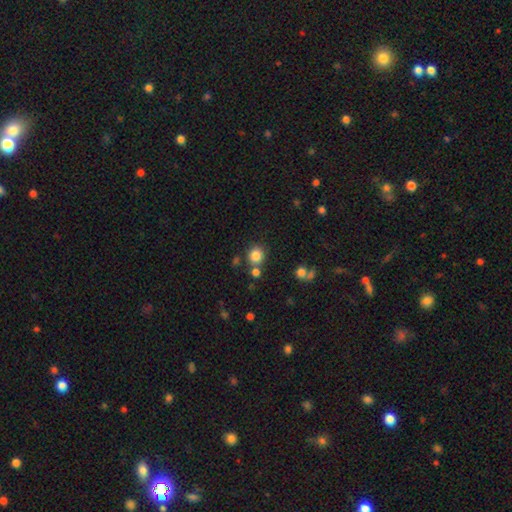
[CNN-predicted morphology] Smooth or featured? smooth (83%)
How rounded? round (83%)
Merging? none (72%)